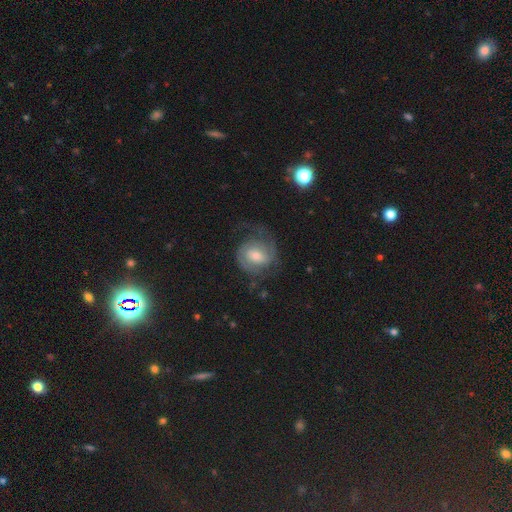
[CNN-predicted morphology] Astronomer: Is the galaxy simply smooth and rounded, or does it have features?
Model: featured or disk — 78%.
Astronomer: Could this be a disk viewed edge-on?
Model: no — 98%.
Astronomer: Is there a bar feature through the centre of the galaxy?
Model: weak — 47% (runner-up: no, 40%).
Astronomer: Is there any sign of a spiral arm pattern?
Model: yes — 94%.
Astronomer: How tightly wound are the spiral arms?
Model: medium — 43% (runner-up: tight, 40%).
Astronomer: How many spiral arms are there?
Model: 2 — 74%.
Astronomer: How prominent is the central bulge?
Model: moderate — 49% (runner-up: small, 41%).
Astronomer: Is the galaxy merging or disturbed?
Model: none — 65%.